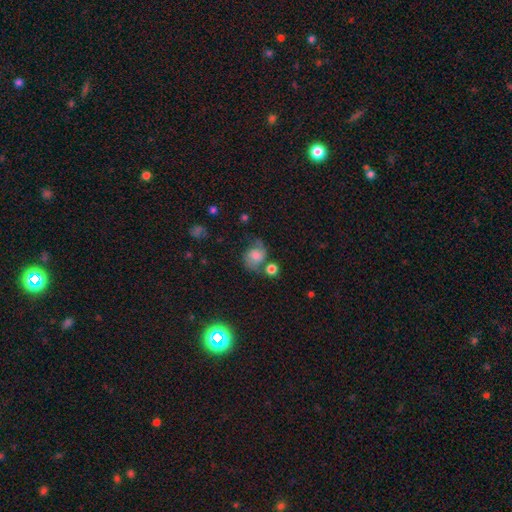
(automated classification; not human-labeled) Q: Smooth or featured?
A: smooth (52%); runner-up: featured or disk (36%)
Q: How rounded?
A: round (61%); runner-up: in between (37%)
Q: Merging?
A: none (50%); runner-up: minor disturbance (24%)